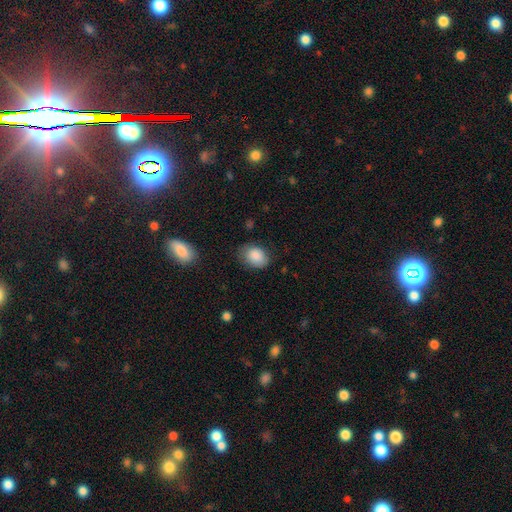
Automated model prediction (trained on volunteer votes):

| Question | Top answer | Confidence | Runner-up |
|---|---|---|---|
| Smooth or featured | smooth | 87% | star or artifact (7%) |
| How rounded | in between | 75% | round (24%) |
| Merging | none | 72% | minor disturbance (22%) |